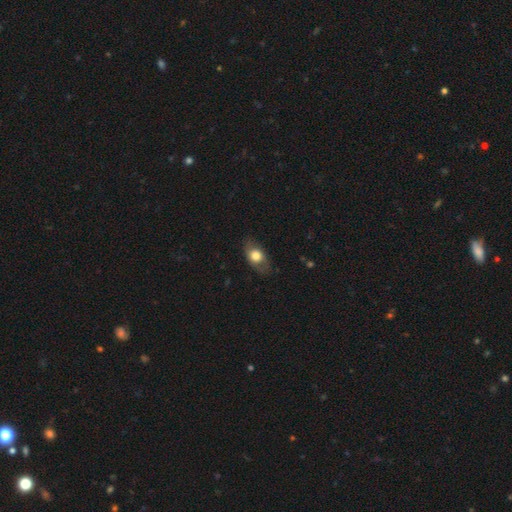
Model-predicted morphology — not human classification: Smooth or featured?
  - smooth: 70% *
  - featured or disk: 23%
  - star or artifact: 7%
How rounded?
  - in between: 79% *
  - round: 17%
  - cigar-shaped: 4%
Merging?
  - none: 75% *
  - minor disturbance: 18%
  - major disturbance: 6%
  - merger: 1%